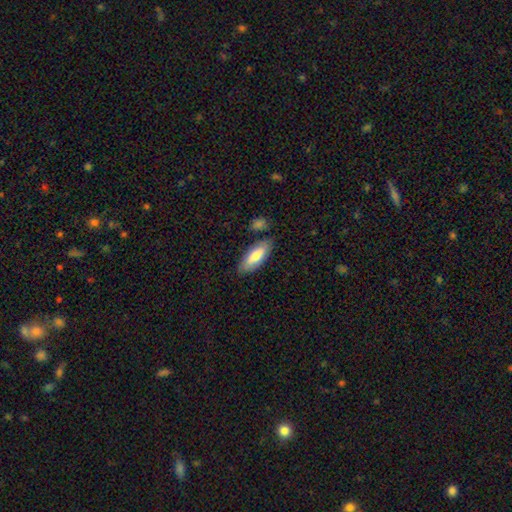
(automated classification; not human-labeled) Morphology: type=smooth (74%); roundness=in between (76%); merging=none (80%).